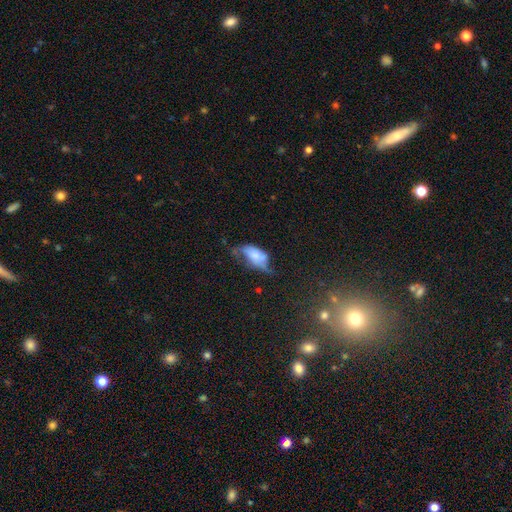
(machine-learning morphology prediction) This appears to be a smooth galaxy with no disk features (57%) that is in between round and cigar-shaped (88%). Merging: major disturbance (33%).